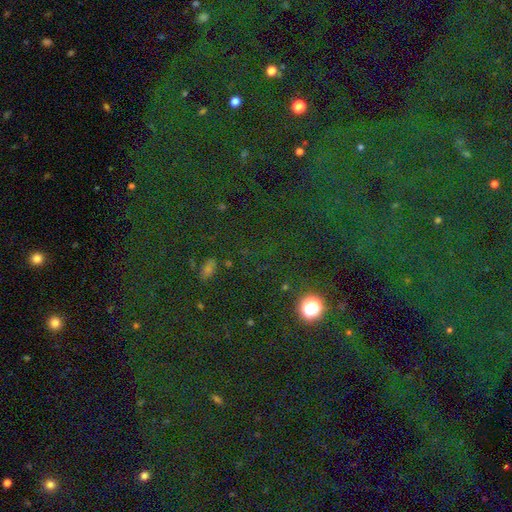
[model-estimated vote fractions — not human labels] This appears to be a star or artifact, not a galaxy (68%).